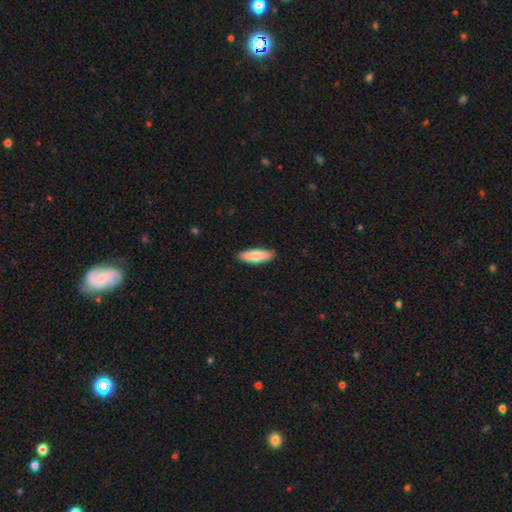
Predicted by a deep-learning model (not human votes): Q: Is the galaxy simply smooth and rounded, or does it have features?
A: smooth — 81%.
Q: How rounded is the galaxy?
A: in between — 50%.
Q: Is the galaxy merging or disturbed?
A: none — 88%.